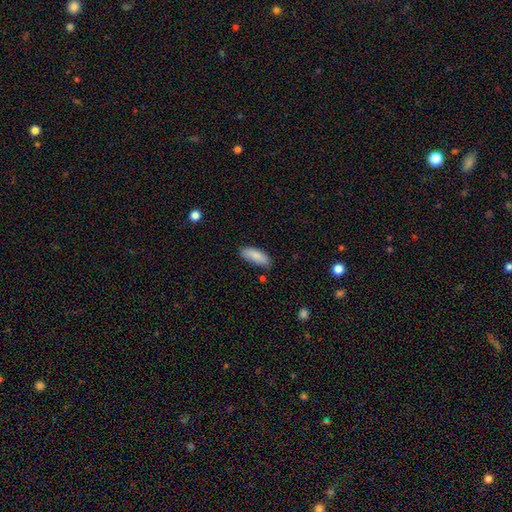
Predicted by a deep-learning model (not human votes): Smooth or featured? smooth (87%)
How rounded? in between (68%)
Merging? none (76%)